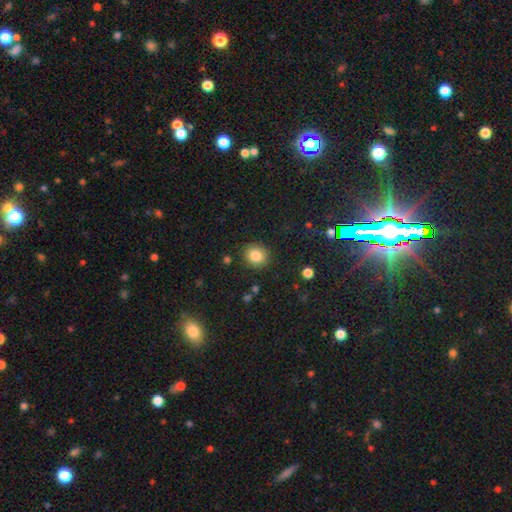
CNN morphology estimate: The model was most divided on "how rounded": round: 86%, in between: 13%, cigar-shaped: 1%. More confident: merging — none (90%); smooth or featured — smooth (84%).